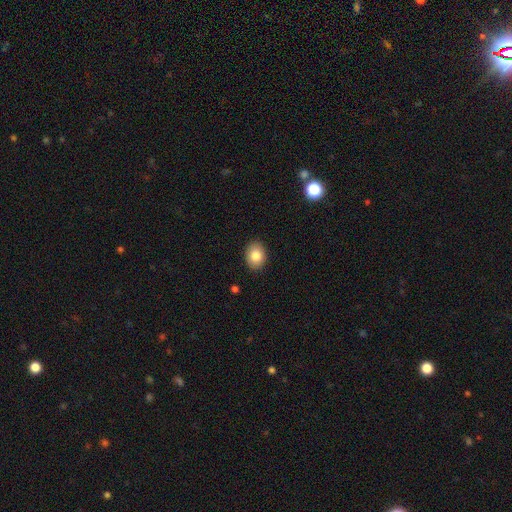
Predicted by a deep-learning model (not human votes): A smooth galaxy with no disk features (83%) that is in between round and cigar-shaped (67%). Merging: none (89%).